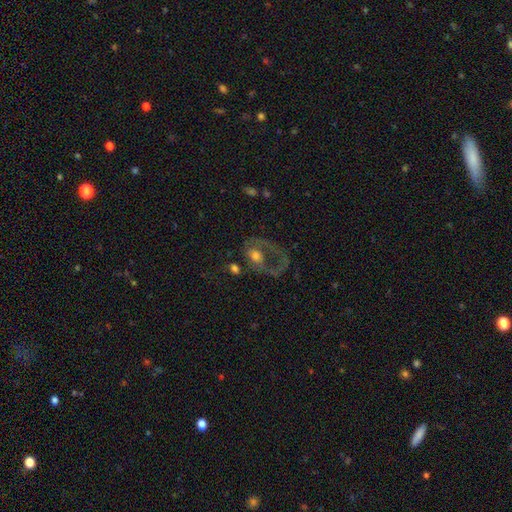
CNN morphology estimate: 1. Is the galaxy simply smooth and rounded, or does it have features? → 55% featured or disk, 34% smooth, 11% star or artifact.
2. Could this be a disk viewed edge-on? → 96% no, 4% yes.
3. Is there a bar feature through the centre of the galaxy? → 78% no, 17% weak, 5% strong.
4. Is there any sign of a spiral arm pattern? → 61% no, 39% yes.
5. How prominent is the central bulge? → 57% moderate, 21% small, 14% large, 6% none, 2% dominant.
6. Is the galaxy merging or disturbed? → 48% major disturbance, 27% none, 14% minor disturbance, 11% merger.